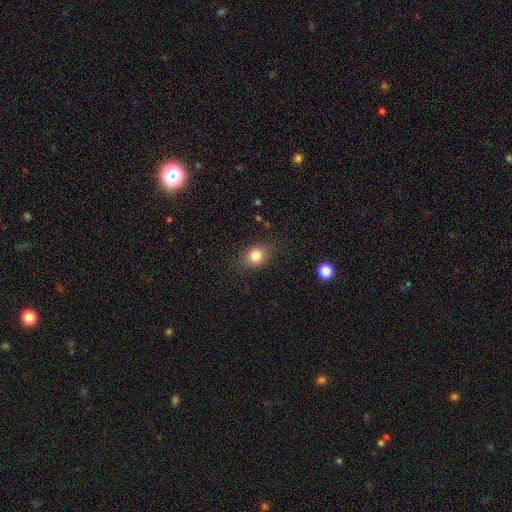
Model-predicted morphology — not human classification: Smooth or featured?
  - smooth: 82% *
  - star or artifact: 11%
  - featured or disk: 7%
How rounded?
  - round: 53% *
  - in between: 46%
  - cigar-shaped: 1%
Merging?
  - none: 83% *
  - minor disturbance: 12%
  - major disturbance: 4%
  - merger: 1%